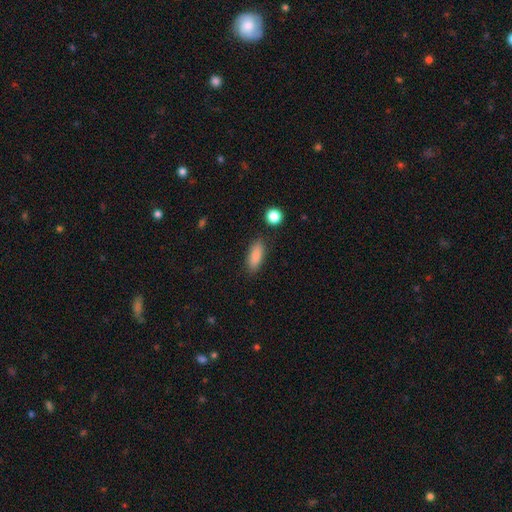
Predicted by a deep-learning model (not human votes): A smooth galaxy with no disk features (87%) that is in between round and cigar-shaped (71%). Merging: none (84%).